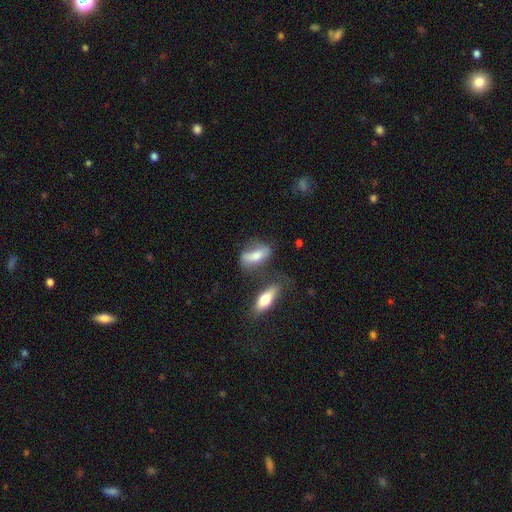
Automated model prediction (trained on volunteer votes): A smooth galaxy with no disk features (63%) that is in between round and cigar-shaped (70%).

Vote fractions:
- Smooth or featured? smooth: 63% / featured or disk: 29% / star or artifact: 8%
- How rounded? in between: 70% / cigar-shaped: 25% / round: 5%
- Merging? none: 52% / minor disturbance: 23% / merger: 14% / major disturbance: 12%